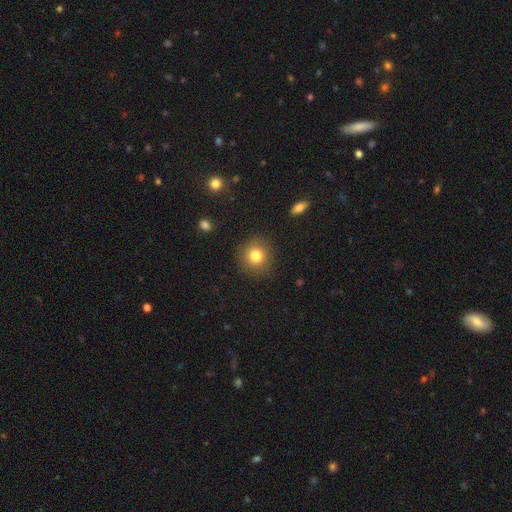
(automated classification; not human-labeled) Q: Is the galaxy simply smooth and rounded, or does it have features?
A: smooth — 80%.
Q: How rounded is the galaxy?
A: round — 89%.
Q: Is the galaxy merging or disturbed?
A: none — 87%.